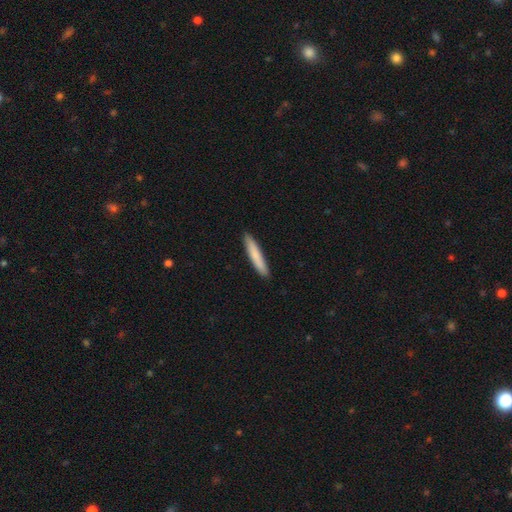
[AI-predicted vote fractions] A smooth galaxy with no disk features (80%) that is cigar-shaped (93%).

Vote fractions:
- Smooth or featured? smooth: 80% / featured or disk: 15% / star or artifact: 5%
- How rounded? cigar-shaped: 93% / in between: 6% / round: 1%
- Merging? none: 91% / minor disturbance: 7% / major disturbance: 1% / merger: 1%